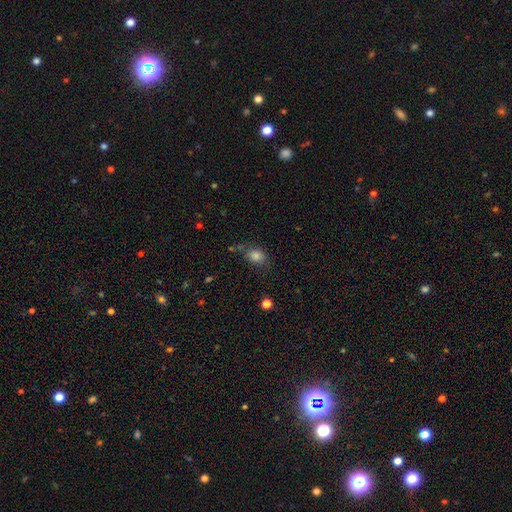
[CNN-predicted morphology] A smooth galaxy with no disk features (80%) that is in between round and cigar-shaped (53%). Merging: none (63%).